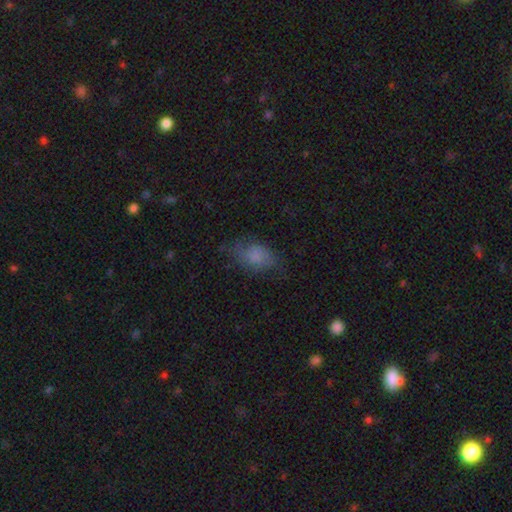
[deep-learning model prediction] The model was most divided on "merging": none: 59%, minor disturbance: 27%, major disturbance: 13%, merger: 2%. More confident: how rounded — in between (85%); smooth or featured — smooth (68%).